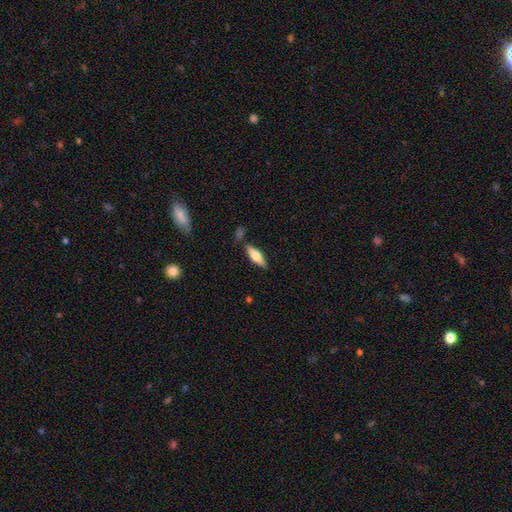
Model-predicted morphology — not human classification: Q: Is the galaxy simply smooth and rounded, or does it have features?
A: smooth — 55%.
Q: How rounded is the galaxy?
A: in between — 51%.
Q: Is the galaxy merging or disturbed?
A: none — 80%.